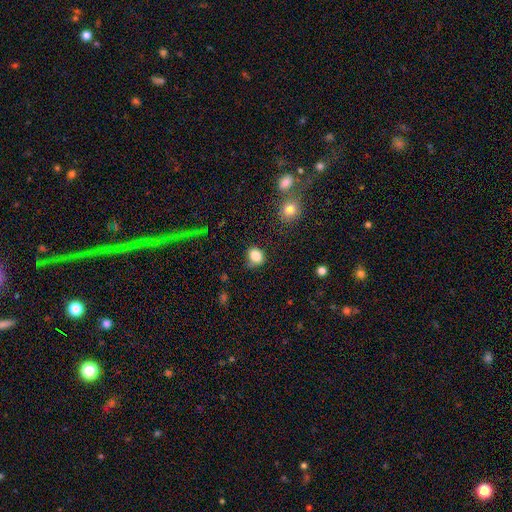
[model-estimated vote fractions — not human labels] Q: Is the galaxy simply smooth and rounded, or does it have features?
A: smooth — 85%.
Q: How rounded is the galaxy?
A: round — 62%.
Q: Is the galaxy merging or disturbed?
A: none — 67%.